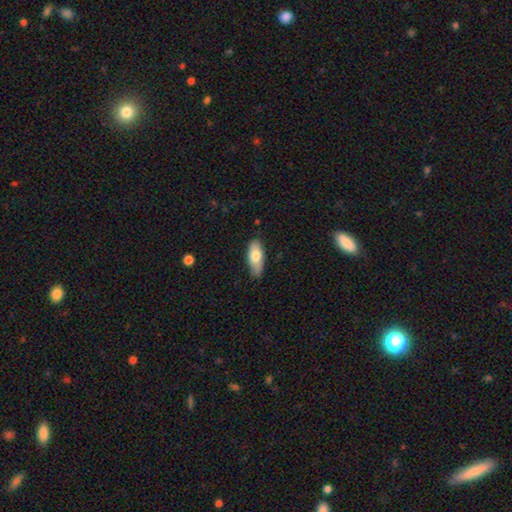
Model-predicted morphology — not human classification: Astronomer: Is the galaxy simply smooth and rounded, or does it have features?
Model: smooth — 75%.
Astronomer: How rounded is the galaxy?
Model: in between — 81%.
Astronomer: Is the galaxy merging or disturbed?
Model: none — 77%.